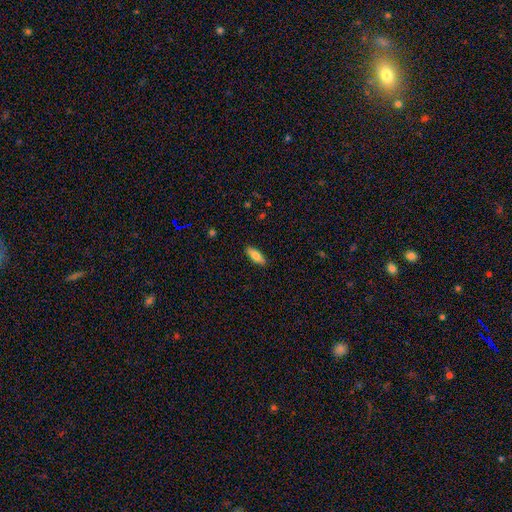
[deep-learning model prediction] Overall: smooth (78%). How rounded: in between (67%; cigar-shaped 31%). Merging: none (88%).